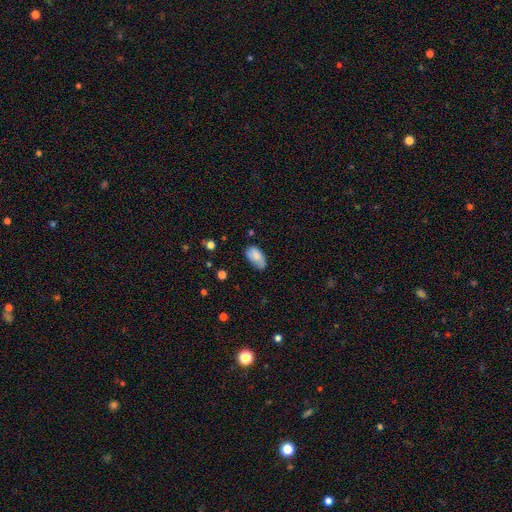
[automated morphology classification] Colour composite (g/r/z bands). It shows a smooth galaxy with no disk features (81%) that is in between round and cigar-shaped (94%). Merging: none (60%).